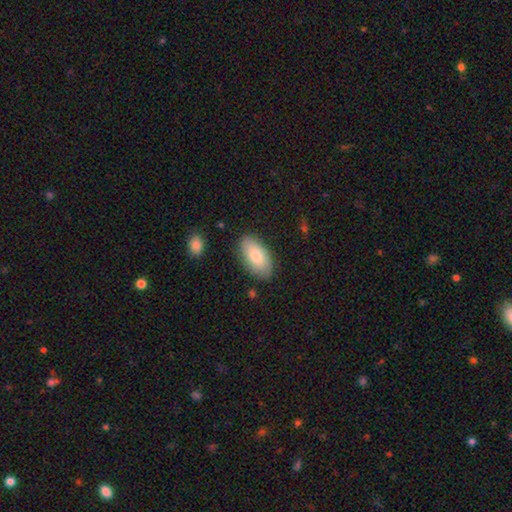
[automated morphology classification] This appears to be a smooth galaxy with no disk features (79%) that is in between round and cigar-shaped (94%). Merging: none (84%).